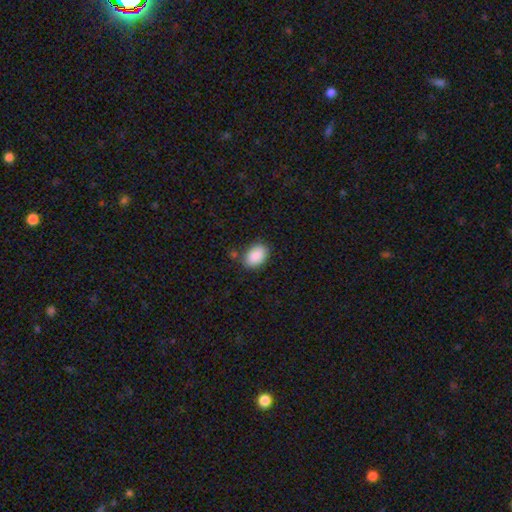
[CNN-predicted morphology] Smooth or featured: smooth — 90% (star or artifact — 7%)
How rounded: in between — 88% (round — 11%)
Merging: none — 78% (minor disturbance — 15%)